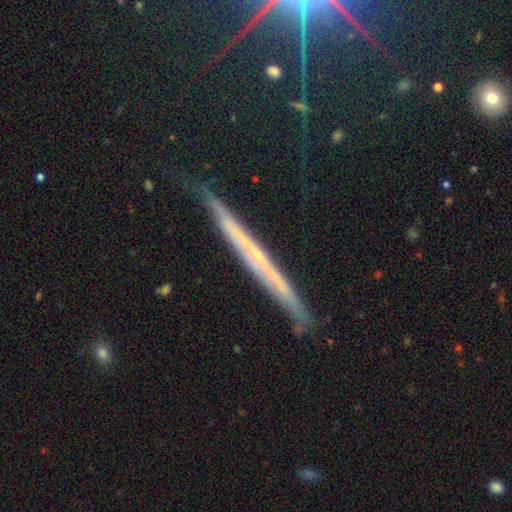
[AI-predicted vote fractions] Q: Smooth or featured?
A: featured or disk (69%); runner-up: smooth (19%)
Q: Edge-on disk?
A: yes (93%); runner-up: no (7%)
Q: Edge-on bulge?
A: none (61%); runner-up: rounded (34%)
Q: Merging?
A: none (78%); runner-up: minor disturbance (17%)